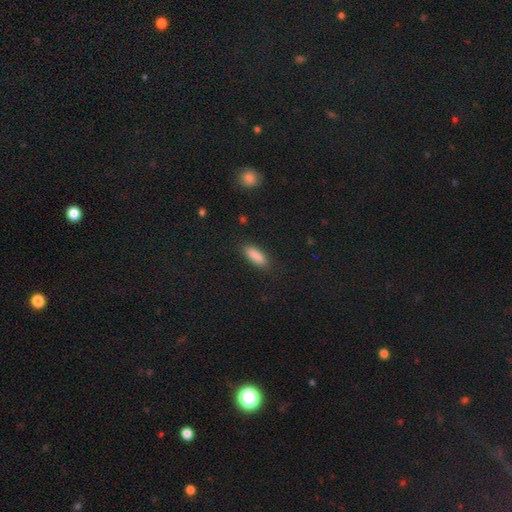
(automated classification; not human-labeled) Smooth or featured? Predicted: smooth (p=0.88). How rounded? Predicted: in between (p=0.59). Merging? Predicted: none (p=0.86).